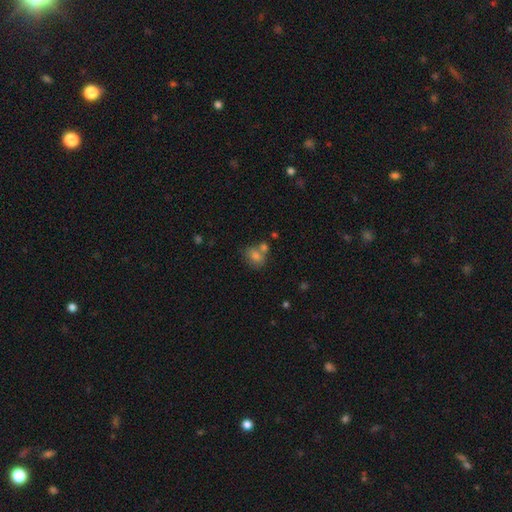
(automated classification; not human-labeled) The model was most divided on "how rounded": in between: 54%, round: 44%, cigar-shaped: 1%. Remaining: smooth or featured — smooth (76%); merging — none (48%).